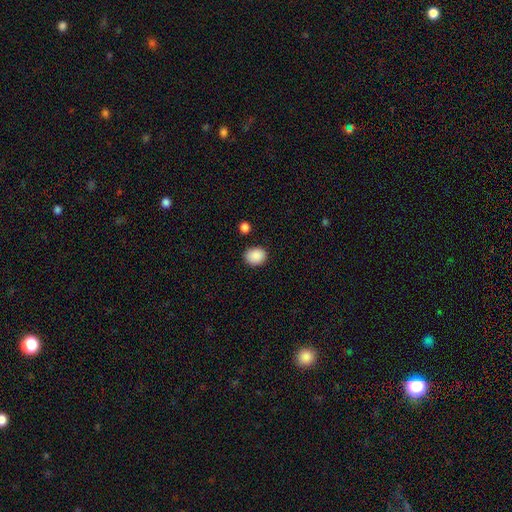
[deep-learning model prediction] Smooth or featured? smooth (89%)
How rounded? round (55%)
Merging? none (84%)